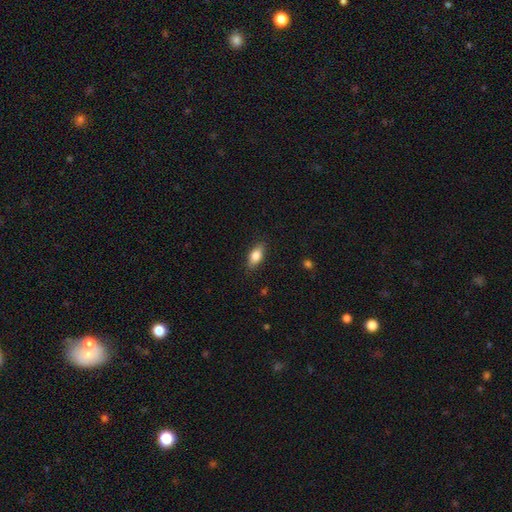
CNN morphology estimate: This is likely a smooth galaxy (79%). How rounded: clearly in between (83%). Merging: clearly none (86%).